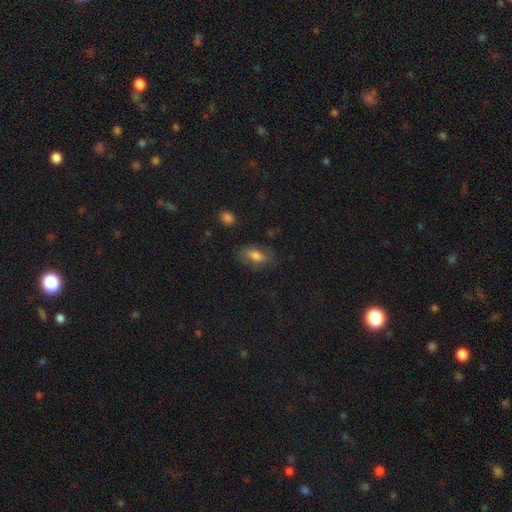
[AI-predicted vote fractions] This appears to be a smooth galaxy with no disk features (73%) that is in between round and cigar-shaped (85%). Merging: none (68%).